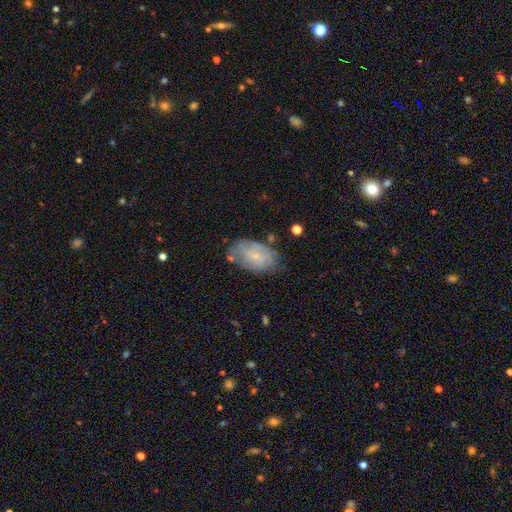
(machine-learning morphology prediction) featured or disk 51%, smooth 41%, star or artifact 8%. Down the decision tree: edge-on disk — no (95%); merging — none (58%).